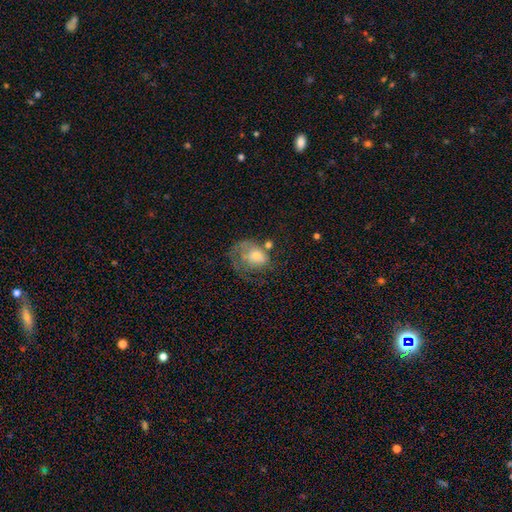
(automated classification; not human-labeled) The model was most divided on "merging": major disturbance: 38%, none: 33%, minor disturbance: 21%, merger: 8%. Remaining: smooth or featured — featured or disk (50%).